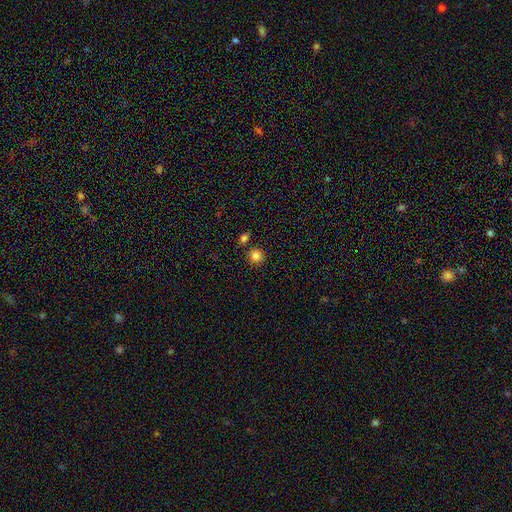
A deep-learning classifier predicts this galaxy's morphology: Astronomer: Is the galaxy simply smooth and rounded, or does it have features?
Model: smooth — 84%.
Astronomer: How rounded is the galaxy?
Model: round — 89%.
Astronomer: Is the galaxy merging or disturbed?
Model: none — 80%.